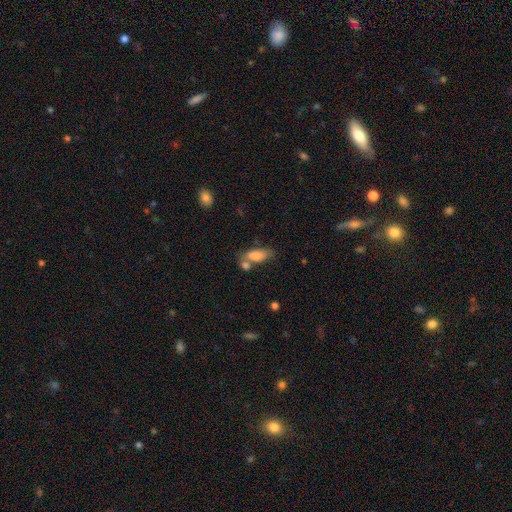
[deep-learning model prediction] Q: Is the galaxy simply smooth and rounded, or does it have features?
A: smooth — 79%.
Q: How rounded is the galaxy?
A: in between — 78%.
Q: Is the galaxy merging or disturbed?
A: none — 42%.